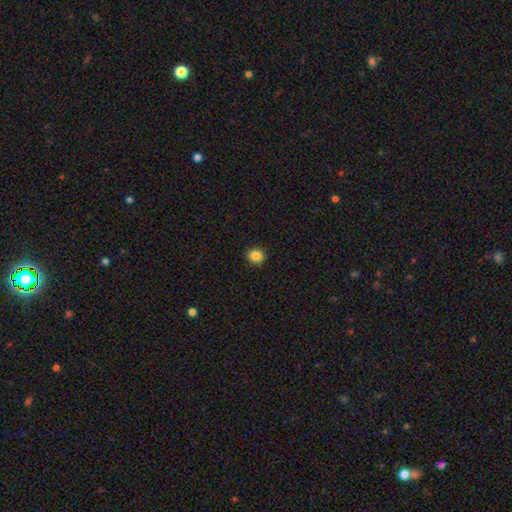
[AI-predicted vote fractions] smooth_or_featured: smooth (p=0.86) [alt: star or artifact p=0.10]
how_rounded: round (p=0.80) [alt: in between p=0.19]
merging: none (p=0.91) [alt: minor disturbance p=0.06]